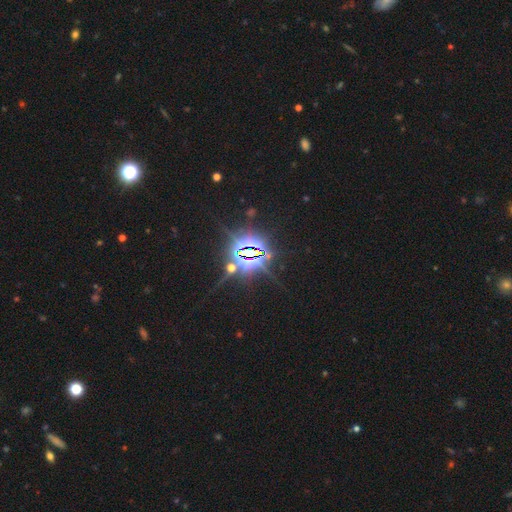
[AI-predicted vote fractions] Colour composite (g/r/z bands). It shows a star or artifact, not a galaxy (86%).